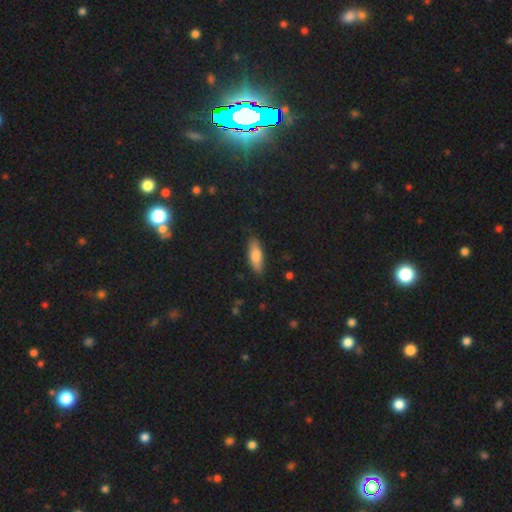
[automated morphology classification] A smooth galaxy with no disk features (78%) that is in between round and cigar-shaped (61%).

Vote fractions:
- Smooth or featured? smooth: 78% / featured or disk: 16% / star or artifact: 6%
- How rounded? in between: 61% / cigar-shaped: 37% / round: 2%
- Merging? none: 85% / minor disturbance: 11% / major disturbance: 2% / merger: 1%